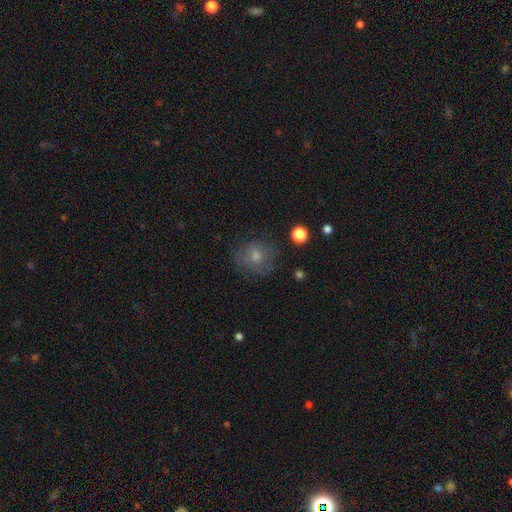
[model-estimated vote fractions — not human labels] A smooth galaxy with no disk features (47%).

Vote fractions:
- Smooth or featured? smooth: 47% / featured or disk: 34% / star or artifact: 18%
- Merging? none: 72% / minor disturbance: 18% / major disturbance: 8% / merger: 2%